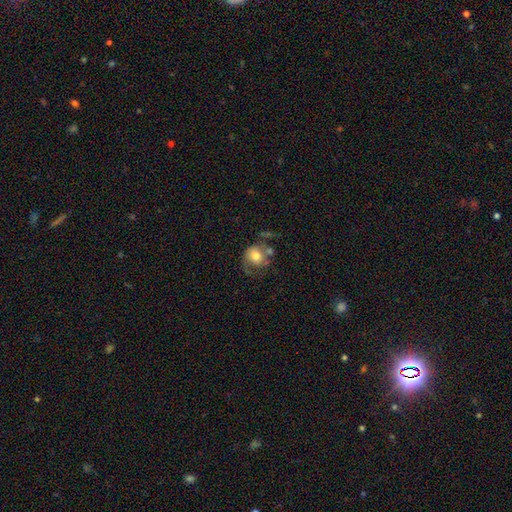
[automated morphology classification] The model was most divided on "merging": none: 38%, major disturbance: 24%, minor disturbance: 22%, merger: 15%. More confident: how rounded — round (75%); smooth or featured — smooth (60%).